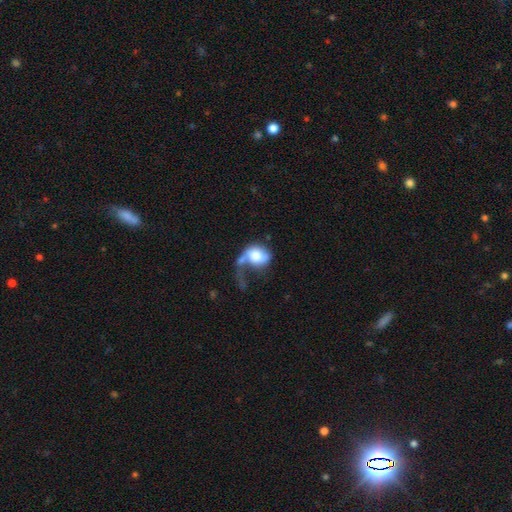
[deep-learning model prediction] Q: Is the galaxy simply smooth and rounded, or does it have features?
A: smooth — 57%.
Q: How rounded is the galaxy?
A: in between — 50%.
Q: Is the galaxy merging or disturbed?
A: major disturbance — 47%.